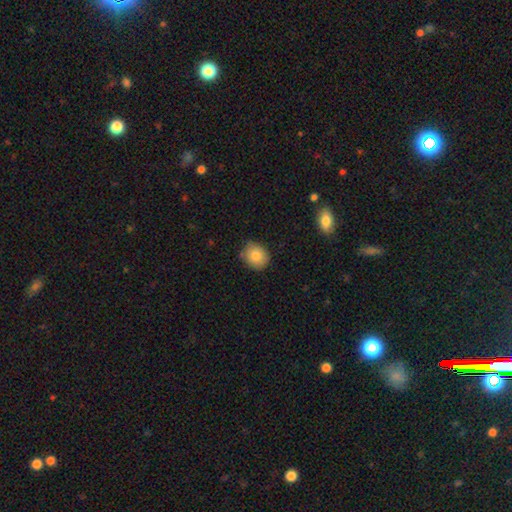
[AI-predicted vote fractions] Q: Smooth or featured?
A: smooth (81%); runner-up: featured or disk (10%)
Q: How rounded?
A: round (74%); runner-up: in between (26%)
Q: Merging?
A: none (79%); runner-up: minor disturbance (17%)